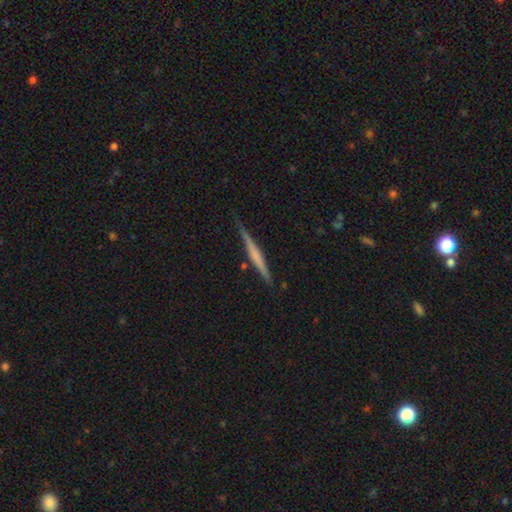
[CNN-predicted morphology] Smooth or featured? featured or disk (58%)
Edge-on disk? yes (98%)
Edge-on bulge? none (57%)
Merging? none (85%)